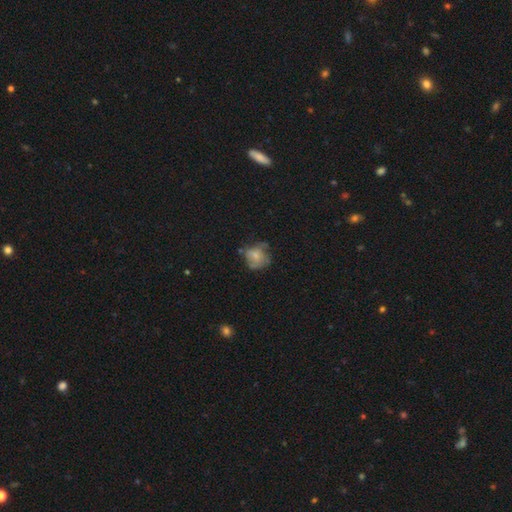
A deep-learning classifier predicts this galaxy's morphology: smooth-or-featured: smooth: 56% | featured or disk: 33% | star or artifact: 11%
  how-rounded: round: 66% | in between: 33% | cigar-shaped: 1%
  merging: none: 44% | minor disturbance: 30% | major disturbance: 22% | merger: 5%